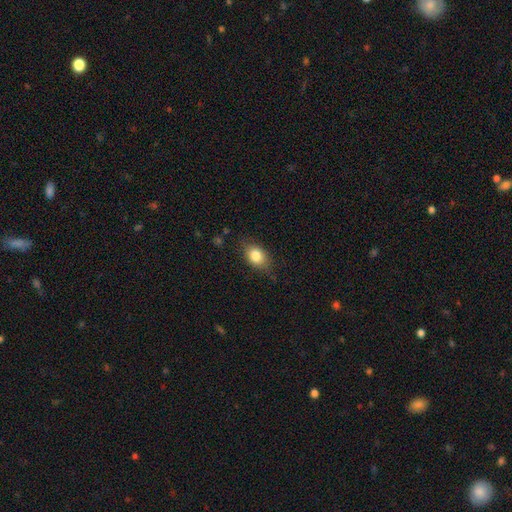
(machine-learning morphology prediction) Smooth or featured: smooth — 82% (featured or disk — 10%)
How rounded: in between — 74% (round — 24%)
Merging: none — 76% (minor disturbance — 18%)